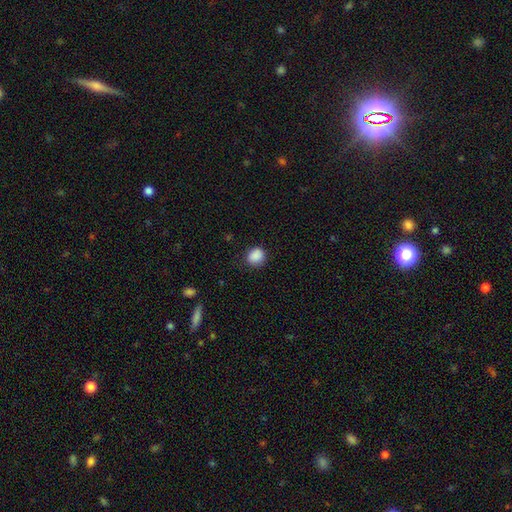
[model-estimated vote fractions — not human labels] smooth-or-featured: smooth: 88% | star or artifact: 9% | featured or disk: 3%
  how-rounded: round: 76% | in between: 23% | cigar-shaped: 1%
  merging: none: 83% | minor disturbance: 13% | major disturbance: 3% | merger: 1%